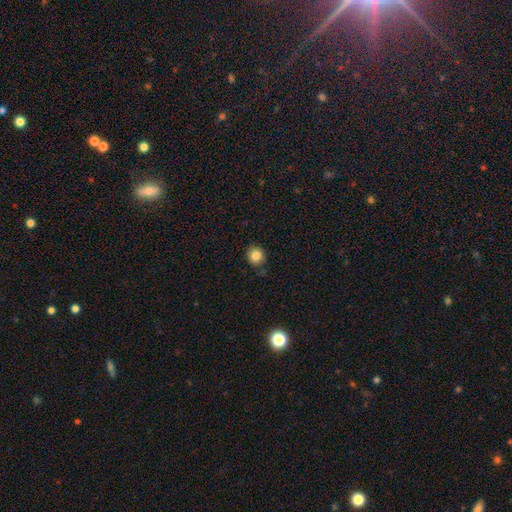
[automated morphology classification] type=smooth (84%); roundness=round (88%); merging=none (81%).